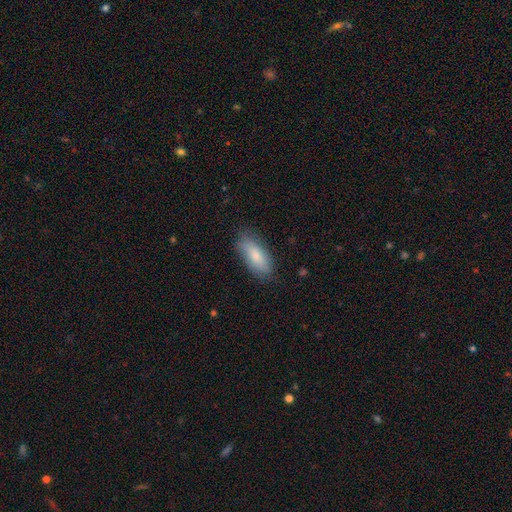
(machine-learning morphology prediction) Smooth or featured? smooth (80%)
How rounded? in between (81%)
Merging? none (78%)